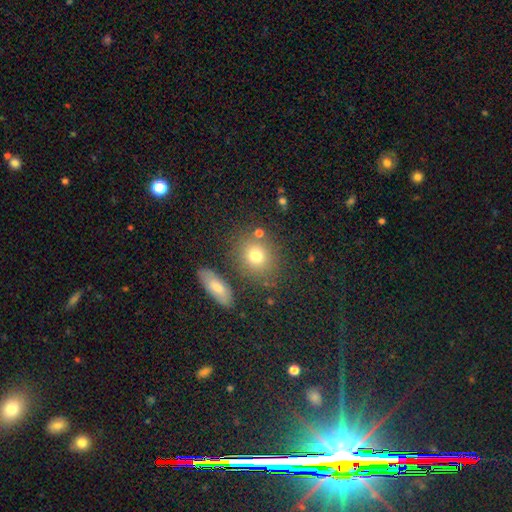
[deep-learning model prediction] smooth-or-featured: smooth: 73% | star or artifact: 14% | featured or disk: 13%
  how-rounded: round: 69% | in between: 29% | cigar-shaped: 2%
  merging: none: 75% | minor disturbance: 11% | merger: 10% | major disturbance: 4%